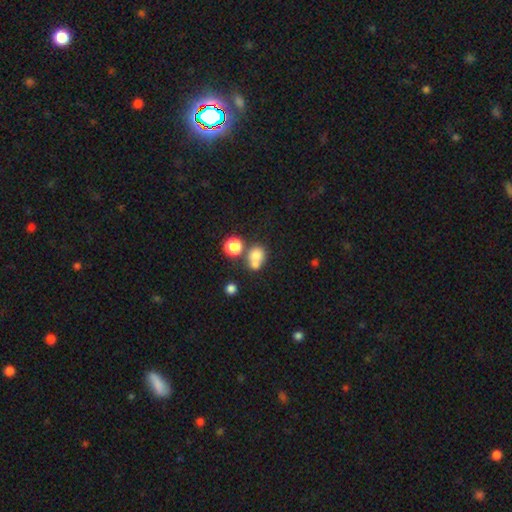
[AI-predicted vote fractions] Overall: smooth (74%). How rounded: round (76%). Merging: merger (49%; none 39%).